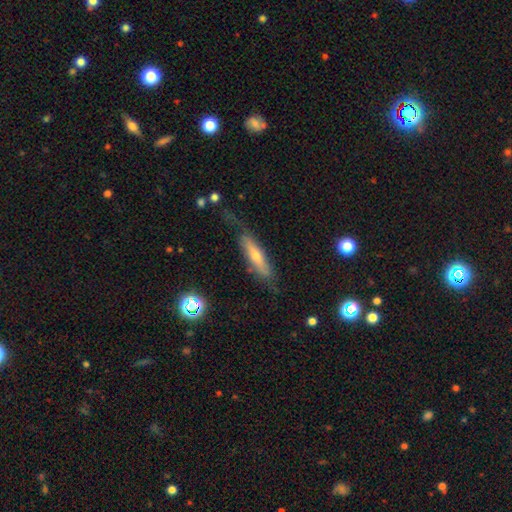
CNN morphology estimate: featured or disk 51%, smooth 41%, star or artifact 8%. Down the decision tree: edge-on disk — yes (67%); merging — none (59%).